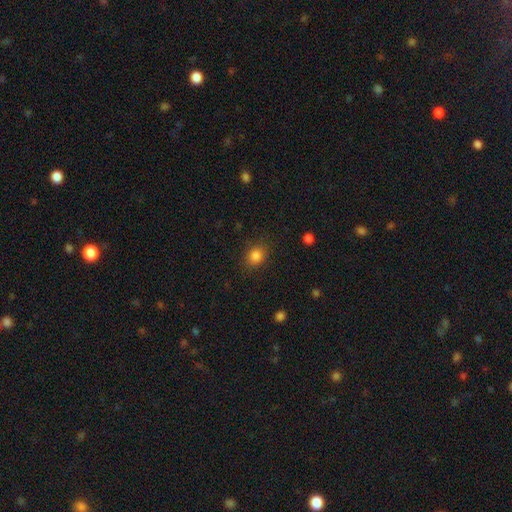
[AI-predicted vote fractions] smooth_or_featured: smooth (p=0.84) [alt: star or artifact p=0.11]
how_rounded: round (p=0.63) [alt: in between p=0.36]
merging: none (p=0.86) [alt: minor disturbance p=0.10]